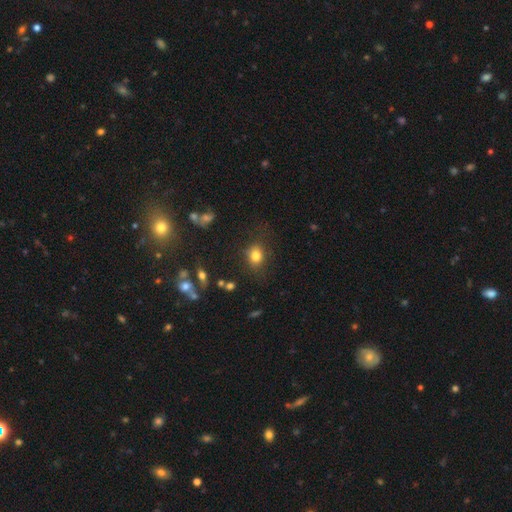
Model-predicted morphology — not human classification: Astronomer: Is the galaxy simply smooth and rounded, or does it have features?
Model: smooth — 80%.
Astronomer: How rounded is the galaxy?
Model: round — 57% (runner-up: in between, 42%).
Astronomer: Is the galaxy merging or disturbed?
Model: none — 75%.